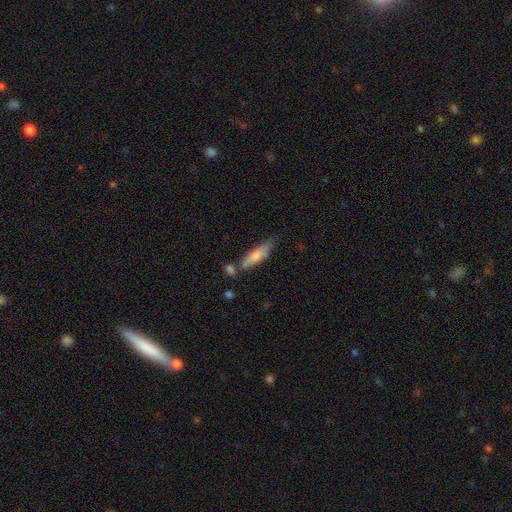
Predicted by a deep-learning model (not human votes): A smooth galaxy with no disk features (60%) that is cigar-shaped (73%).

Vote fractions:
- Smooth or featured? smooth: 60% / featured or disk: 33% / star or artifact: 7%
- How rounded? cigar-shaped: 73% / in between: 25% / round: 2%
- Merging? none: 63% / minor disturbance: 19% / merger: 14% / major disturbance: 5%